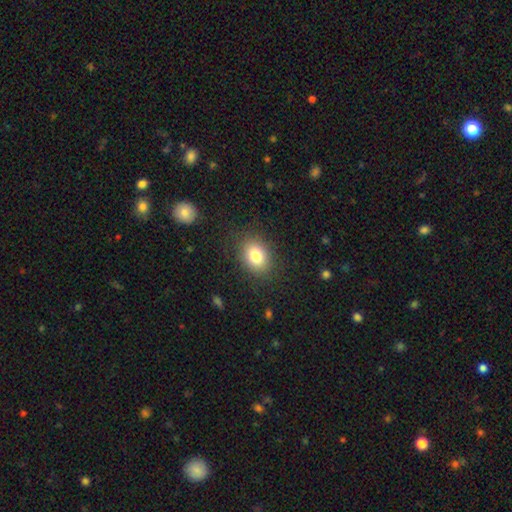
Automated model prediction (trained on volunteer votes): Overall: smooth (80%). How rounded: in between (58%; round 41%). Merging: none (85%).